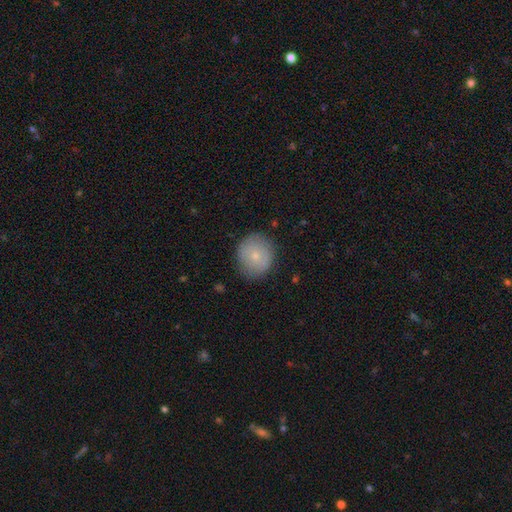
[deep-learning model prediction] The model was most divided on "smooth or featured": smooth: 71%, featured or disk: 21%, star or artifact: 8%. More confident: merging — none (81%); how rounded — round (79%).